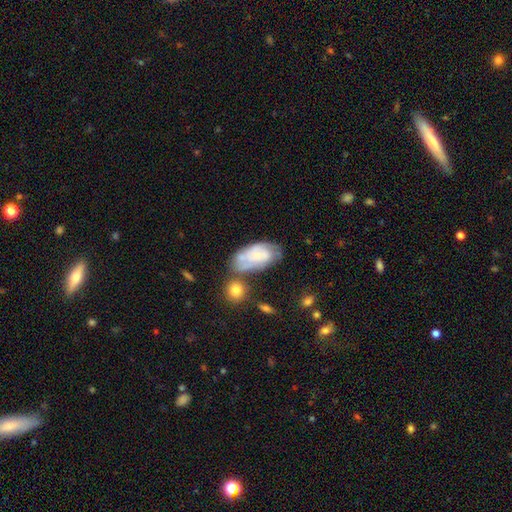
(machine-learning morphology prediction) Smooth or featured? featured or disk (51%)
Edge-on disk? no (94%)
Merging? none (42%)